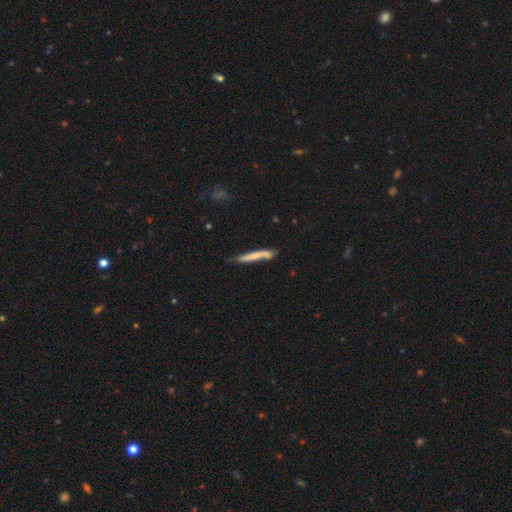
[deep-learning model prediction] smooth-or-featured: smooth: 64% | featured or disk: 30% | star or artifact: 6%
  how-rounded: cigar-shaped: 95% | in between: 4% | round: 1%
  merging: none: 63% | minor disturbance: 23% | merger: 8% | major disturbance: 6%